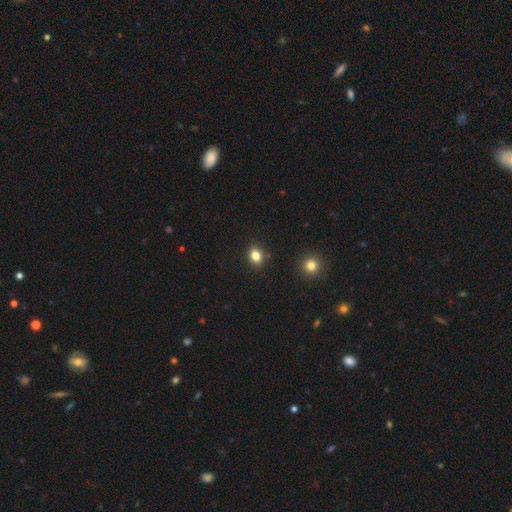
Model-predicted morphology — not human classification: Smooth or featured? Predicted: smooth (p=0.82). How rounded? Predicted: in between (p=0.55). Merging? Predicted: none (p=0.87).